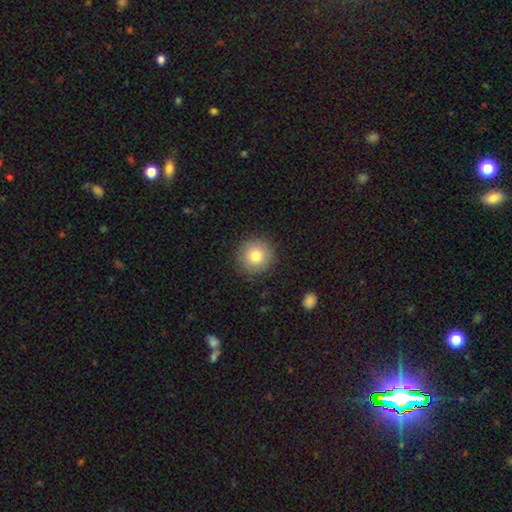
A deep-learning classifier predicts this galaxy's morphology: Smooth or featured? Predicted: smooth (p=0.78). How rounded? Predicted: round (p=0.95). Merging? Predicted: none (p=0.89).